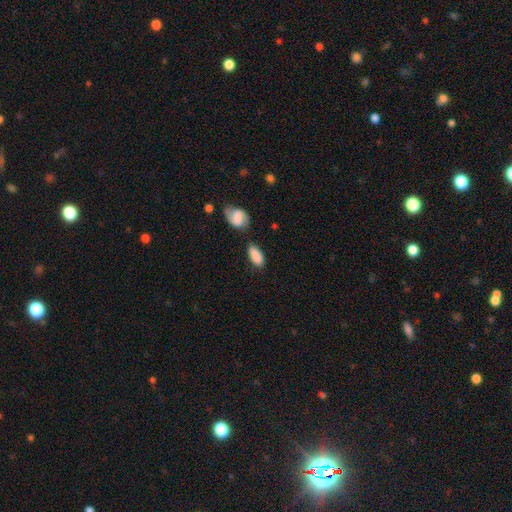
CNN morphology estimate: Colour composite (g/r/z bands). It shows a smooth galaxy with no disk features (86%) that is in between round and cigar-shaped (84%). Merging: none (67%).